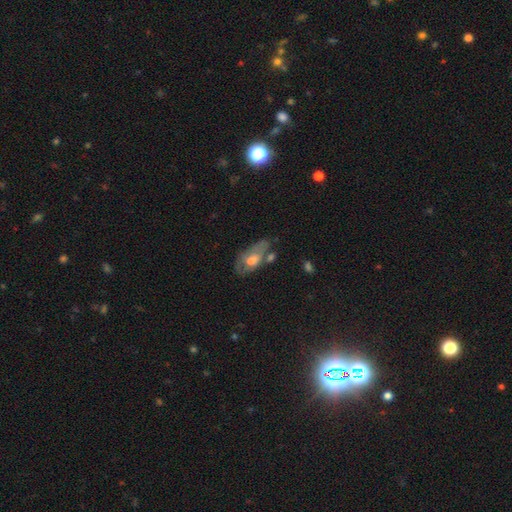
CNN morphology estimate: A smooth galaxy with no disk features (46%, tied with featured or disk). Merging: none (36%).